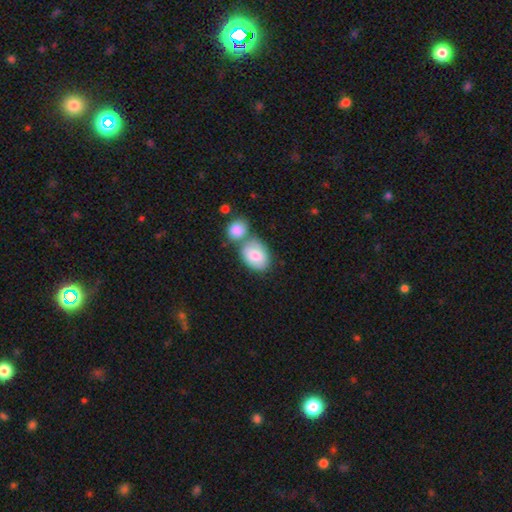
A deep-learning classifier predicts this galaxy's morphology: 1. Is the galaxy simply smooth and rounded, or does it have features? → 79% smooth, 15% featured or disk, 6% star or artifact.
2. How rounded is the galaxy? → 81% in between, 18% round, 1% cigar-shaped.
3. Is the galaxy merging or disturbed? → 43% merger, 40% none, 13% minor disturbance, 4% major disturbance.